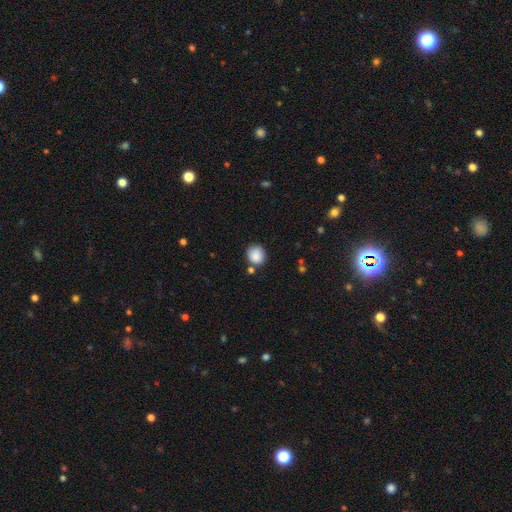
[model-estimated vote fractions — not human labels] This is clearly a smooth galaxy (87%). How rounded: likely round (77%). Merging: likely none (73%).